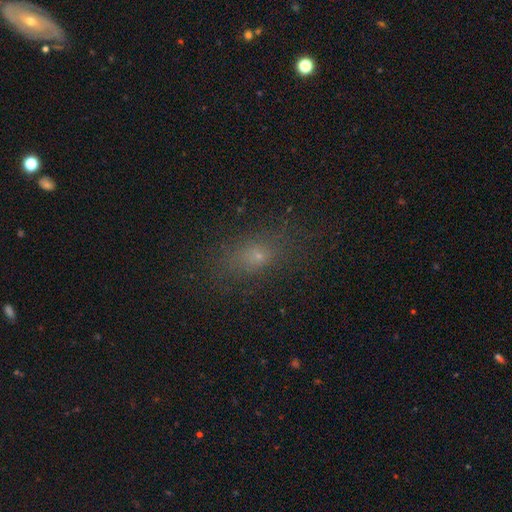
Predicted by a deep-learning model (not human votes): Smooth or featured?
  - smooth: 64% *
  - star or artifact: 21%
  - featured or disk: 15%
How rounded?
  - in between: 68% *
  - round: 24%
  - cigar-shaped: 8%
Merging?
  - none: 72% *
  - minor disturbance: 17%
  - major disturbance: 9%
  - merger: 2%